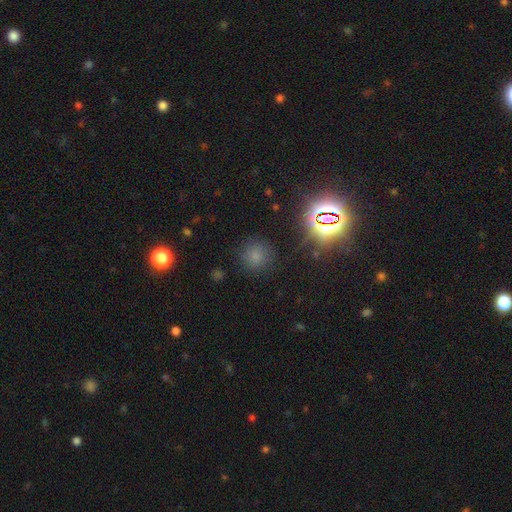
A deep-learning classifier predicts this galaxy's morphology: A smooth galaxy with no disk features (64%) that is round (91%).

Vote fractions:
- Smooth or featured? smooth: 64% / star or artifact: 28% / featured or disk: 8%
- How rounded? round: 91% / in between: 8% / cigar-shaped: 1%
- Merging? none: 83% / minor disturbance: 11% / major disturbance: 5% / merger: 2%